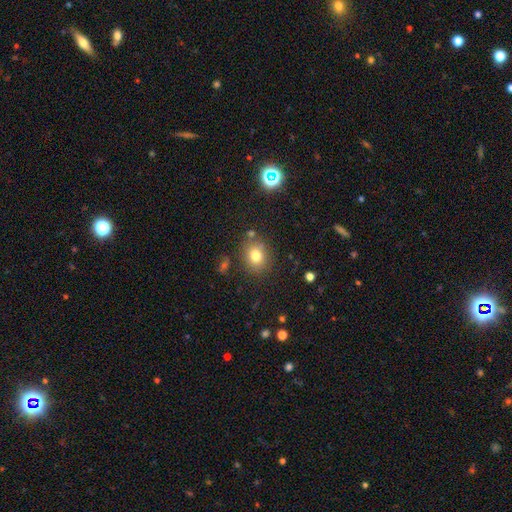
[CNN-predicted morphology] This appears to be a smooth galaxy with no disk features (78%) that is round (63%). Merging: none (80%).